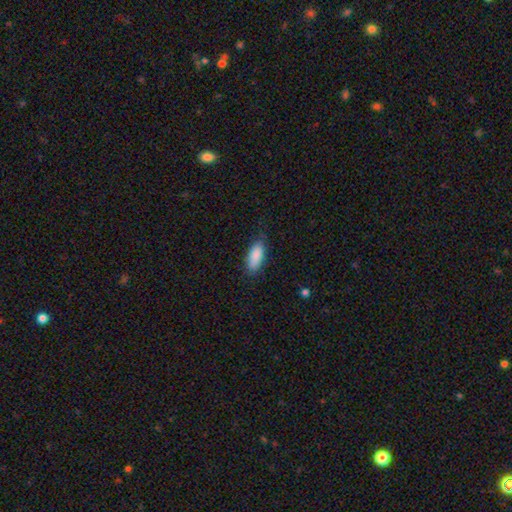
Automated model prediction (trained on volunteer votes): Smooth or featured? Predicted: smooth (p=0.88). How rounded? Predicted: in between (p=0.81). Merging? Predicted: none (p=0.78).